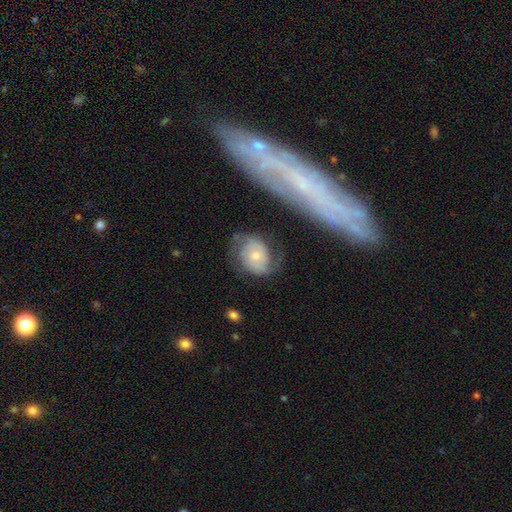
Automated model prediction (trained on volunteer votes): A featured or disk galaxy (62%) with no bar (69%), 2 (72%) medium (41%, tied with tight) spiral arms (88%) and a small central bulge (46%).

Vote fractions:
- Smooth or featured? featured or disk: 62% / smooth: 31% / star or artifact: 7%
- Edge-on disk? no: 96% / yes: 4%
- Bar? no: 69% / weak: 26% / strong: 5%
- Spiral arms? yes: 88% / no: 12%
- Spiral winding? medium: 41% (tied) / tight: 41% (tied) / loose: 18%
- Spiral arm count? 2: 72% / can't tell: 17% / 3: 4% / 1: 4% / 4: 2% / more than 4: 2%
- Bulge size? small: 46% / moderate: 45% / large: 4% / none: 3% / dominant: 1%
- Merging? none: 58% / minor disturbance: 24% / major disturbance: 13% / merger: 5%